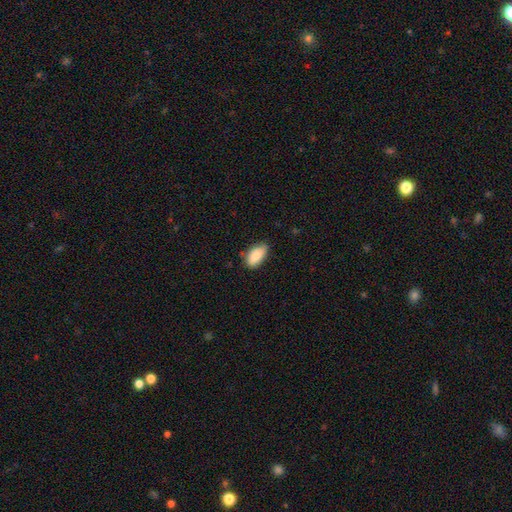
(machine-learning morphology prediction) Smooth or featured? Predicted: smooth (p=0.87). How rounded? Predicted: in between (p=0.92). Merging? Predicted: none (p=0.74).